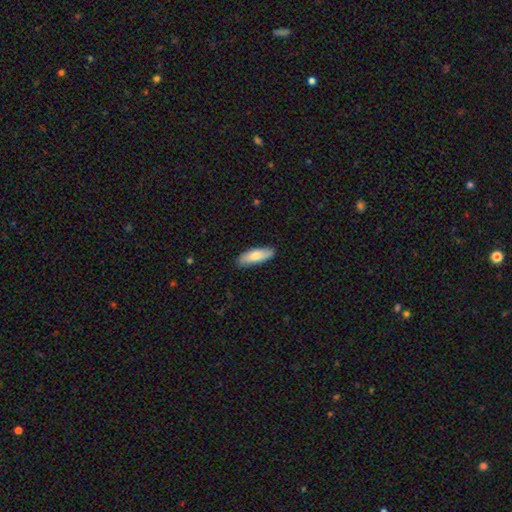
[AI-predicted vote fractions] smooth_or_featured: smooth (p=0.79) [alt: featured or disk p=0.16]
how_rounded: in between (p=0.63) [alt: cigar-shaped p=0.35]
merging: none (p=0.86) [alt: minor disturbance p=0.11]